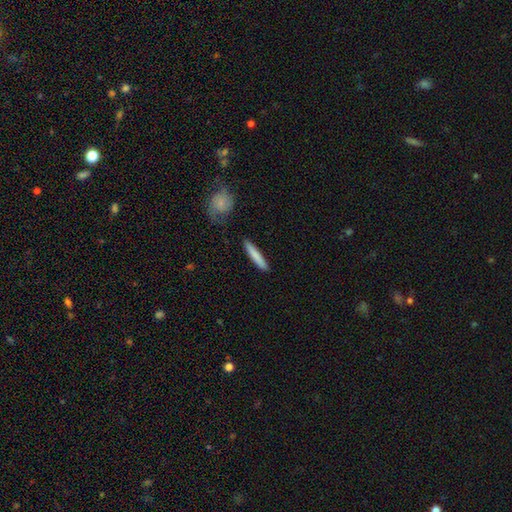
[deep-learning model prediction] Smooth or featured? Predicted: smooth (p=0.80). How rounded? Predicted: cigar-shaped (p=0.92). Merging? Predicted: none (p=0.87).